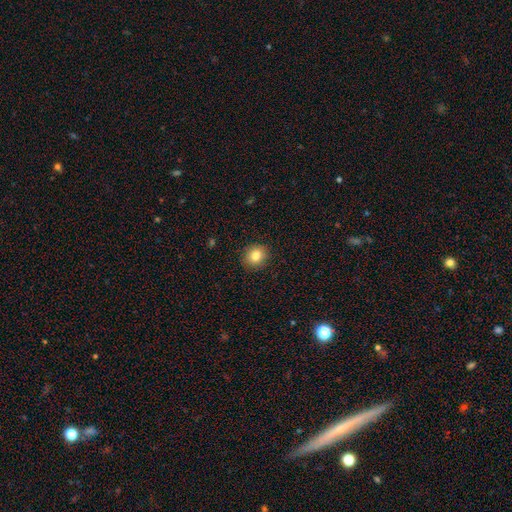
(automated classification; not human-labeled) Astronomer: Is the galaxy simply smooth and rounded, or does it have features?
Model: smooth — 82%.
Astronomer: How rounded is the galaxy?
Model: round — 83%.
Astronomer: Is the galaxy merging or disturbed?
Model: none — 91%.